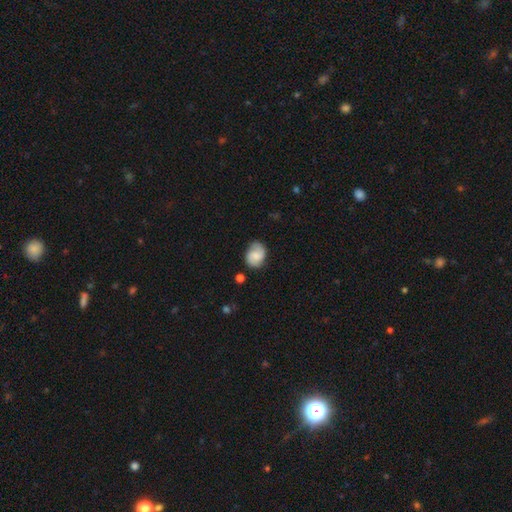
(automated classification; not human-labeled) A smooth galaxy with no disk features (56%) that is in between round and cigar-shaped (57%).

Vote fractions:
- Smooth or featured? smooth: 56% / featured or disk: 36% / star or artifact: 8%
- How rounded? in between: 57% / round: 42% / cigar-shaped: 1%
- Merging? none: 68% / minor disturbance: 23% / major disturbance: 6% / merger: 3%